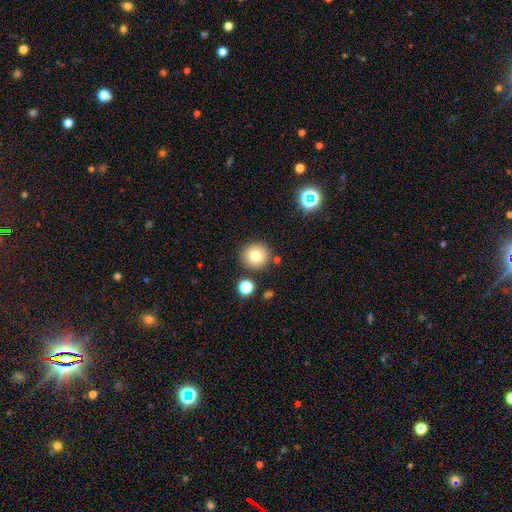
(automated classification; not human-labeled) A smooth galaxy with no disk features (78%) that is round (91%). Merging: none (85%).